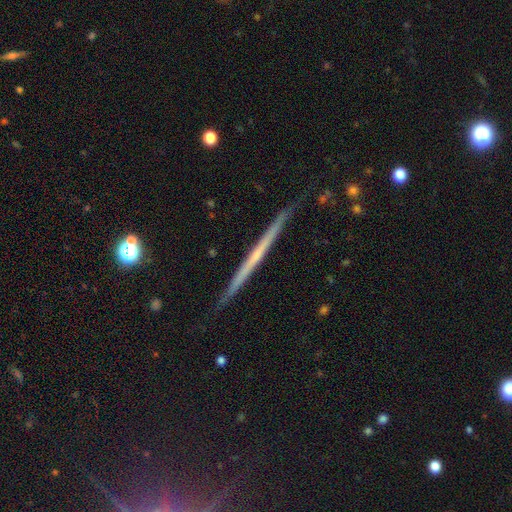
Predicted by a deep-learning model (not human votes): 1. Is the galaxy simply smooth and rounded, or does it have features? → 69% featured or disk, 25% smooth, 6% star or artifact.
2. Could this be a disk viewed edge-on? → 98% yes, 2% no.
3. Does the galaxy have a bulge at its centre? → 80% none, 16% rounded, 4% boxy.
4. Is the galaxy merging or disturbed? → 89% none, 8% minor disturbance, 1% major disturbance, 1% merger.